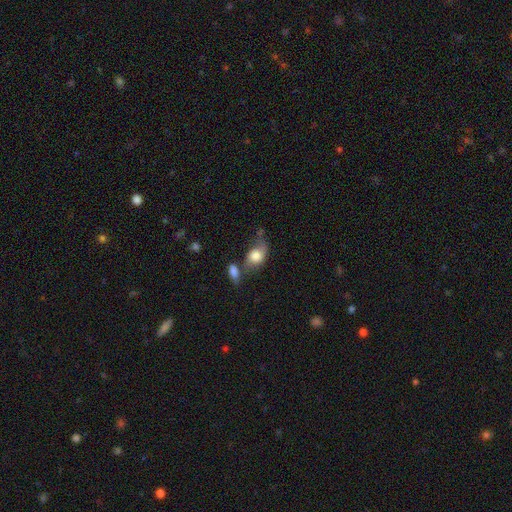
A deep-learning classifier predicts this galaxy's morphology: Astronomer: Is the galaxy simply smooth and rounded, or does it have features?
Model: smooth — 67%.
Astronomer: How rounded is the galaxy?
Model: in between — 69%.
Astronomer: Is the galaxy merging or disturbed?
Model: none — 34% (runner-up: merger, 25%).